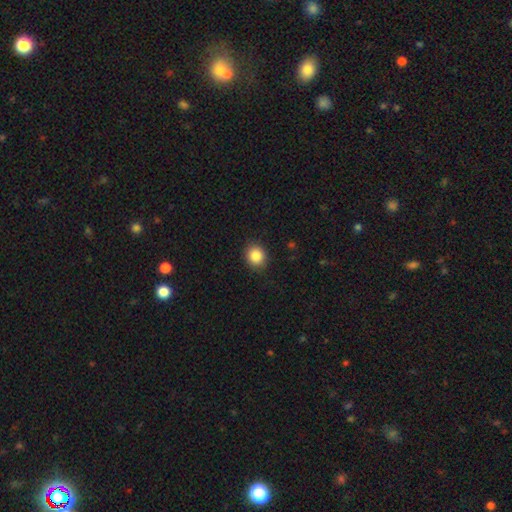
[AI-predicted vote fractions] Smooth or featured?
  - smooth: 86% *
  - star or artifact: 9%
  - featured or disk: 5%
How rounded?
  - round: 77% *
  - in between: 22%
  - cigar-shaped: 1%
Merging?
  - none: 89% *
  - minor disturbance: 8%
  - major disturbance: 2%
  - merger: 1%